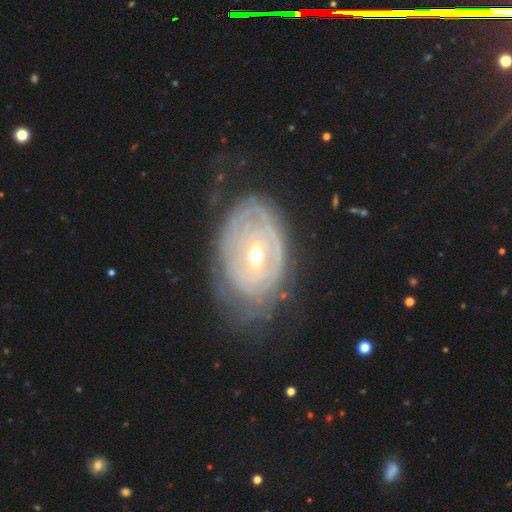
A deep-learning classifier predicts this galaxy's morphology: This appears to be a featured or disk galaxy (78%) with no bar (56%), tight (78%) spiral arms (72%) and a moderate central bulge (54%). Merging: none (63%).